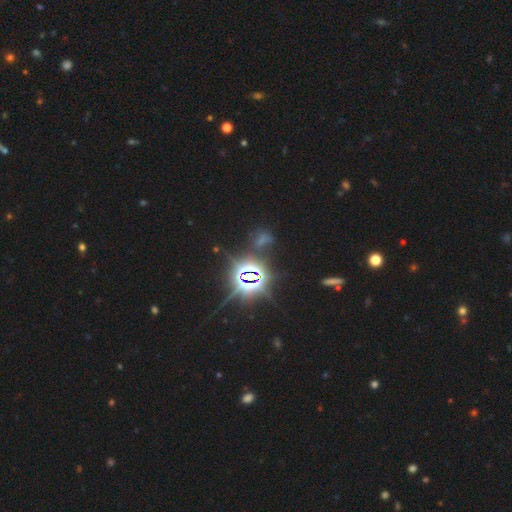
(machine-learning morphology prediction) Smooth or featured?
  - star or artifact: 83% *
  - smooth: 11%
  - featured or disk: 6%